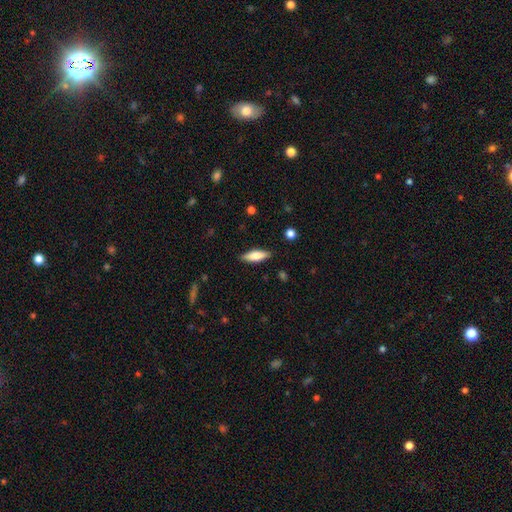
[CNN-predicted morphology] smooth_or_featured: smooth (p=0.73) [alt: featured or disk p=0.21]
how_rounded: in between (p=0.52) [alt: cigar-shaped p=0.46]
merging: none (p=0.87) [alt: minor disturbance p=0.09]